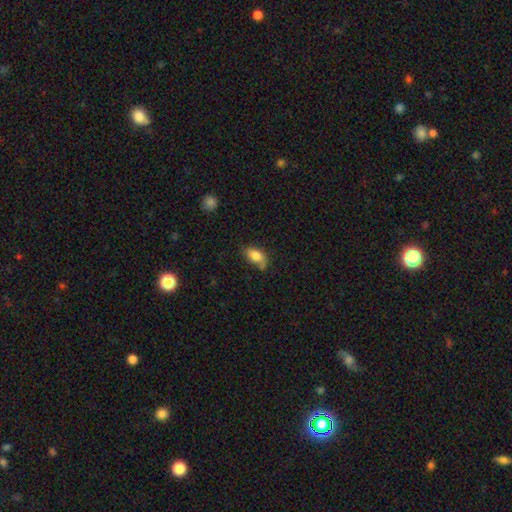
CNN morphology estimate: Smooth or featured: smooth — 79% (featured or disk — 14%)
How rounded: in between — 90% (round — 6%)
Merging: none — 57% (minor disturbance — 31%)